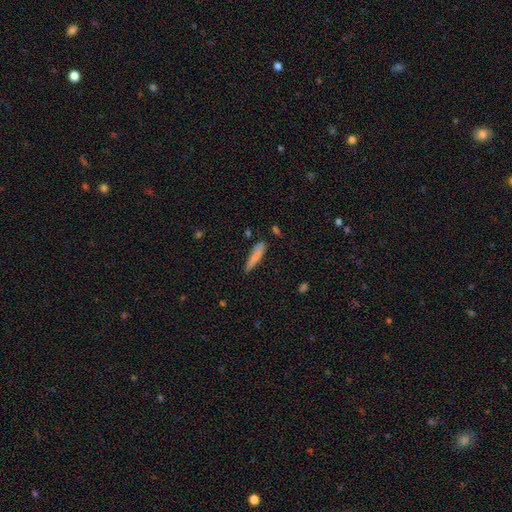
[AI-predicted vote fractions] Morphology: type=smooth (80%); roundness=cigar-shaped (84%); merging=none (68%).